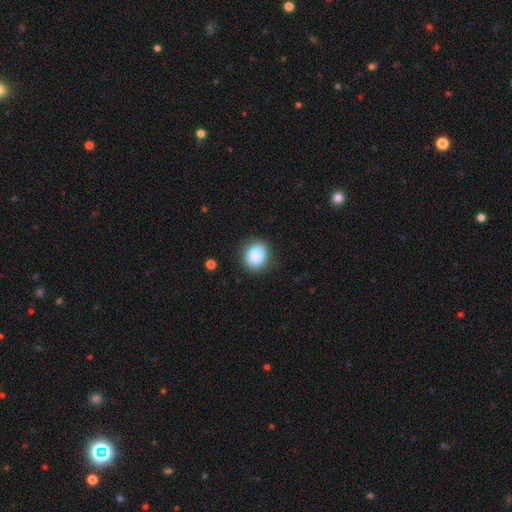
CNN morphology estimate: This appears to be a smooth galaxy with no disk features (84%) that is round (64%). Merging: none (83%).